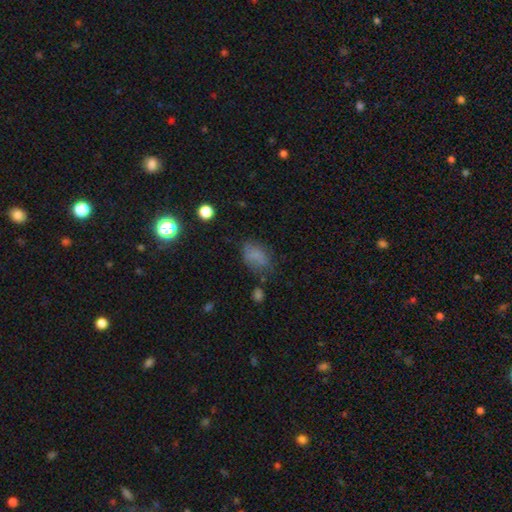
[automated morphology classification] This is likely a smooth galaxy (69%). How rounded: clearly in between (83%). Merging: possibly none (55%).